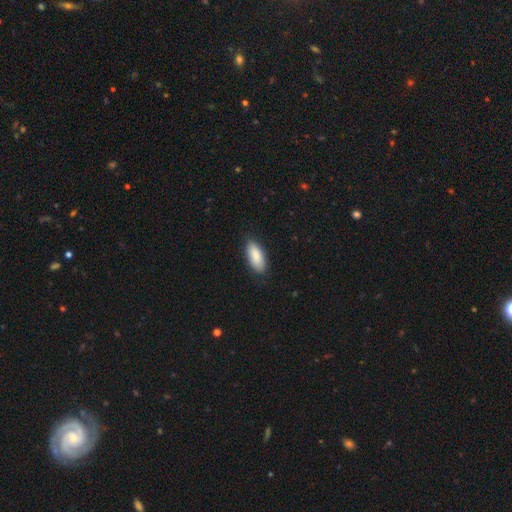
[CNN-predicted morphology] A smooth galaxy with no disk features (88%) that is in between round and cigar-shaped (87%). Merging: none (83%).